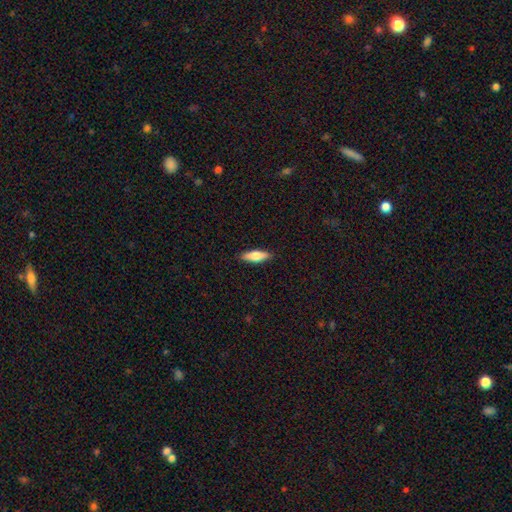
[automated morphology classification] A smooth galaxy with no disk features (71%) that is cigar-shaped (49%, tied with in between). Merging: none (89%).